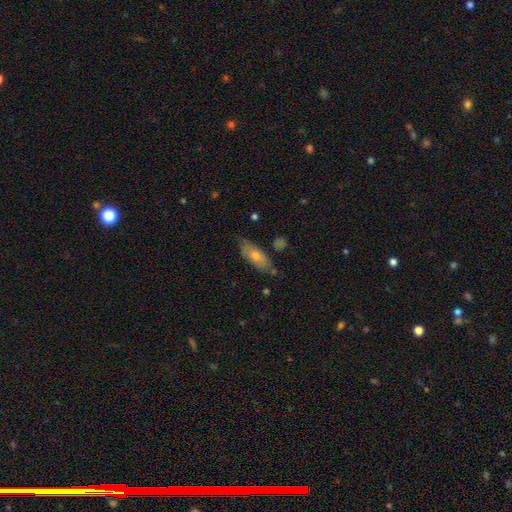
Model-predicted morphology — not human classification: The model was most divided on "smooth or featured": smooth: 54%, featured or disk: 38%, star or artifact: 8%. More confident: merging — none (72%); how rounded — in between (68%).